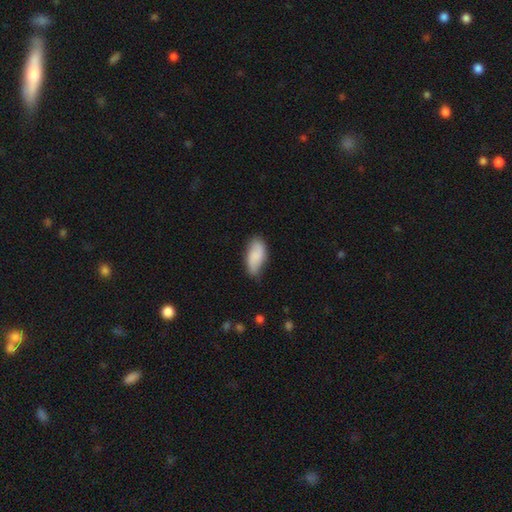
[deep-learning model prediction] smooth 82%, featured or disk 12%, star or artifact 6%. Down the decision tree: how rounded — in between (90%); merging — none (59%).